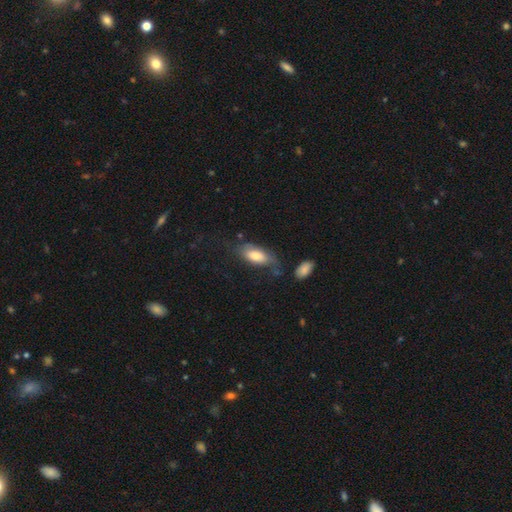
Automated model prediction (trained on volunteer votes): Smooth or featured? smooth (71%)
How rounded? in between (88%)
Merging? none (43%)